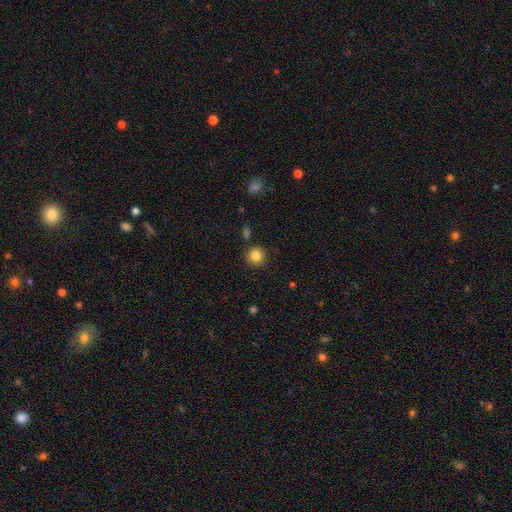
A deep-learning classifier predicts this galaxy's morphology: This is clearly a smooth galaxy (84%). How rounded: clearly round (92%). Merging: clearly none (87%).